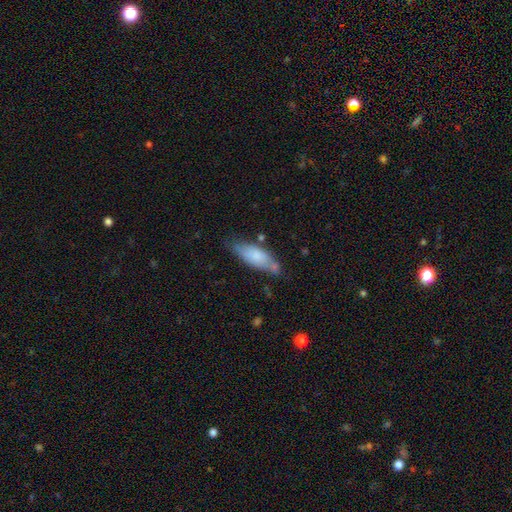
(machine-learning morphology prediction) The model was most divided on "how rounded": in between: 63%, cigar-shaped: 35%, round: 2%. More confident: smooth or featured — smooth (71%); merging — none (59%).